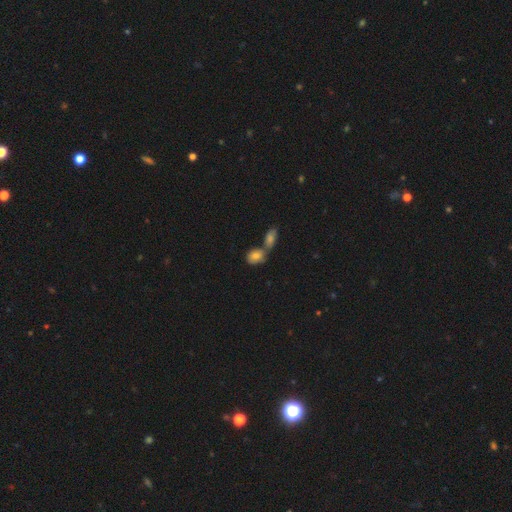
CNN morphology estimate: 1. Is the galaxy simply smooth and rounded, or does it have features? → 78% smooth, 13% featured or disk, 9% star or artifact.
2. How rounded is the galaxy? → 72% in between, 25% round, 3% cigar-shaped.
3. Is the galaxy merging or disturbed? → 51% merger, 36% none, 9% minor disturbance, 3% major disturbance.